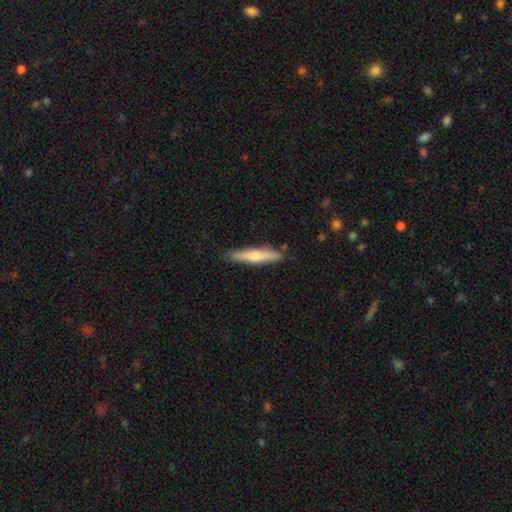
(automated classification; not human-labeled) smooth 63%, featured or disk 31%, star or artifact 5%. Down the decision tree: how rounded — cigar-shaped (91%); merging — none (86%).